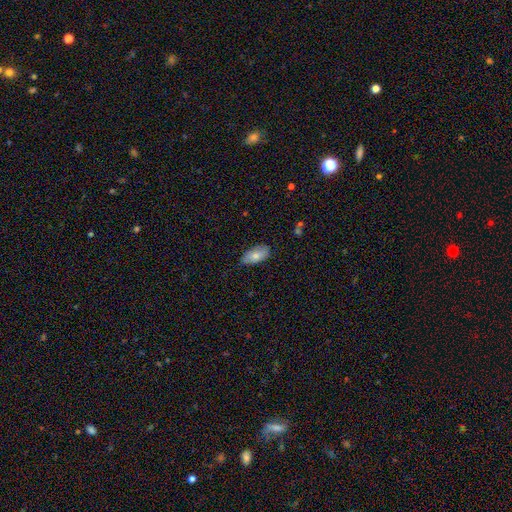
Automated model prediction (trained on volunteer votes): A smooth galaxy with no disk features (77%) that is in between round and cigar-shaped (90%).

Vote fractions:
- Smooth or featured? smooth: 77% / featured or disk: 16% / star or artifact: 6%
- How rounded? in between: 90% / cigar-shaped: 7% / round: 3%
- Merging? none: 74% / minor disturbance: 21% / major disturbance: 3% / merger: 1%